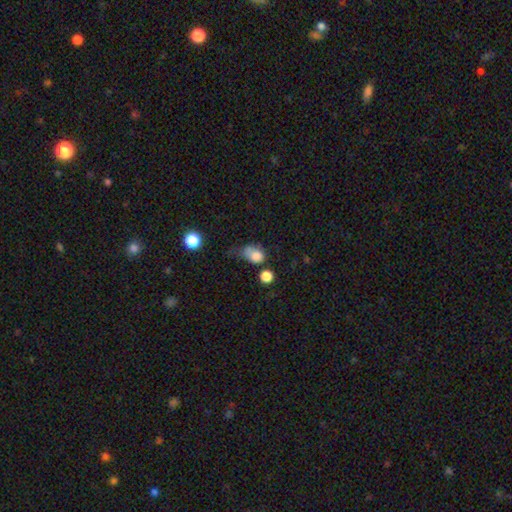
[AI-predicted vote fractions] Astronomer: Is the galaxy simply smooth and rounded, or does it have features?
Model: smooth — 78%.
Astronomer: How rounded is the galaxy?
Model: round — 49%, tied with in between at 49%.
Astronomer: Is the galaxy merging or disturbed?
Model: minor disturbance — 29% (runner-up: major disturbance, 28%).